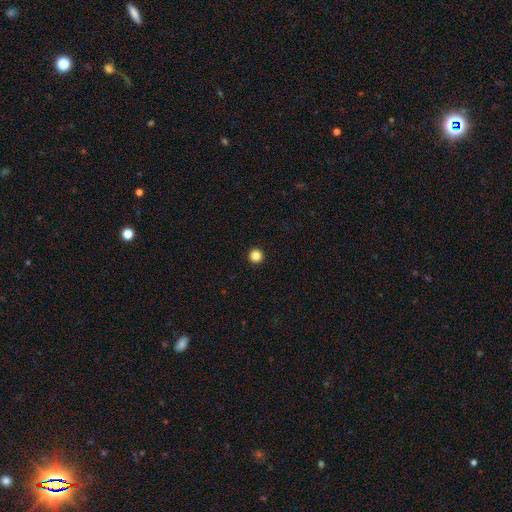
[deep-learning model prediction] smooth 86%, star or artifact 11%, featured or disk 3%. Down the decision tree: how rounded — round (97%); merging — none (94%).